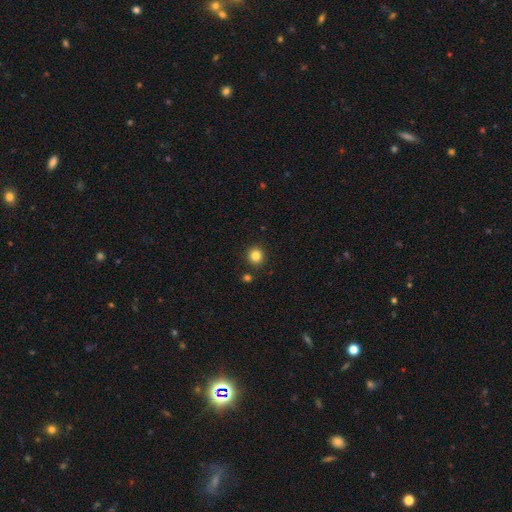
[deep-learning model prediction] Smooth or featured? smooth (84%)
How rounded? round (91%)
Merging? none (89%)